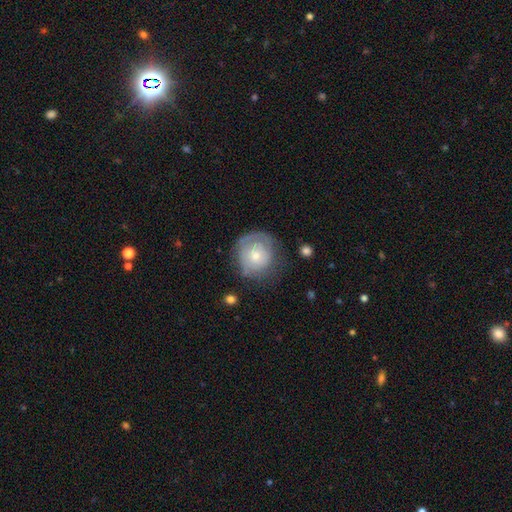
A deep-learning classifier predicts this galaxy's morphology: This is possibly a smooth galaxy (48%). Merging: likely none (61%).